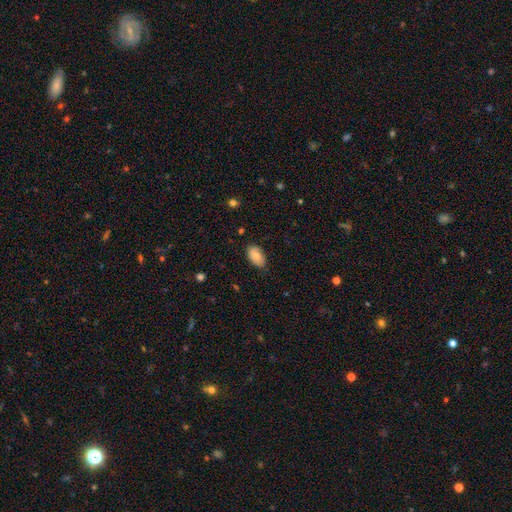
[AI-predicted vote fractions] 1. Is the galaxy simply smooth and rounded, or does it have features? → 77% smooth, 16% featured or disk, 7% star or artifact.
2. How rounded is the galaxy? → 93% in between, 6% round, 1% cigar-shaped.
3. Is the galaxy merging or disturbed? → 74% none, 22% minor disturbance, 3% major disturbance, 1% merger.